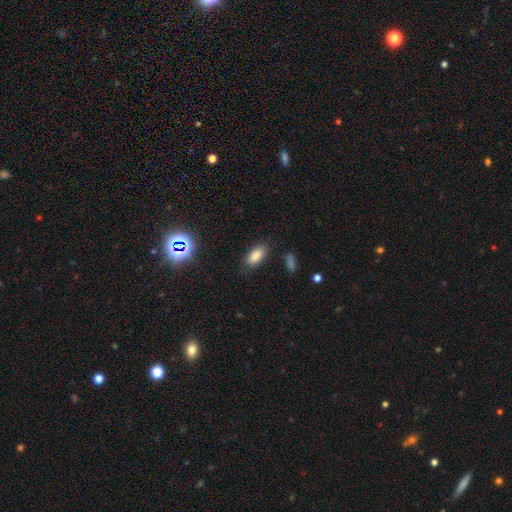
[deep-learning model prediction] Smooth or featured? Predicted: smooth (p=0.84). How rounded? Predicted: in between (p=0.87). Merging? Predicted: none (p=0.82).